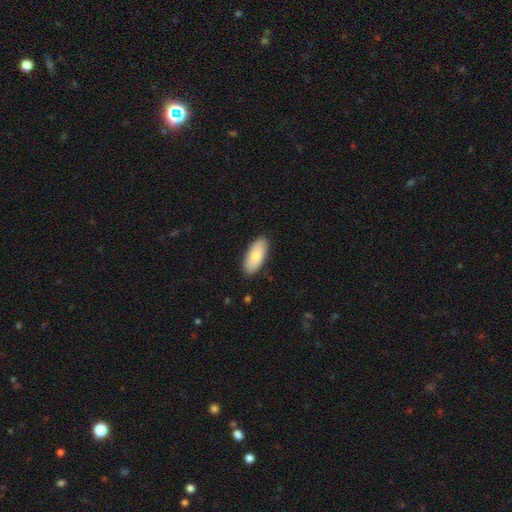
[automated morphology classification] A smooth galaxy with no disk features (80%) that is in between round and cigar-shaped (90%).

Vote fractions:
- Smooth or featured? smooth: 80% / featured or disk: 14% / star or artifact: 5%
- How rounded? in between: 90% / cigar-shaped: 8% / round: 2%
- Merging? none: 88% / minor disturbance: 9% / major disturbance: 2% / merger: 1%